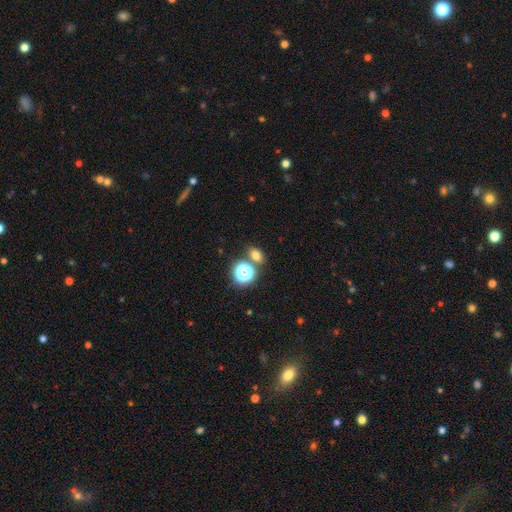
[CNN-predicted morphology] smooth-or-featured: smooth: 70% | star or artifact: 22% | featured or disk: 8%
  how-rounded: in between: 55% | round: 43% | cigar-shaped: 2%
  merging: none: 73% | merger: 15% | minor disturbance: 9% | major disturbance: 3%